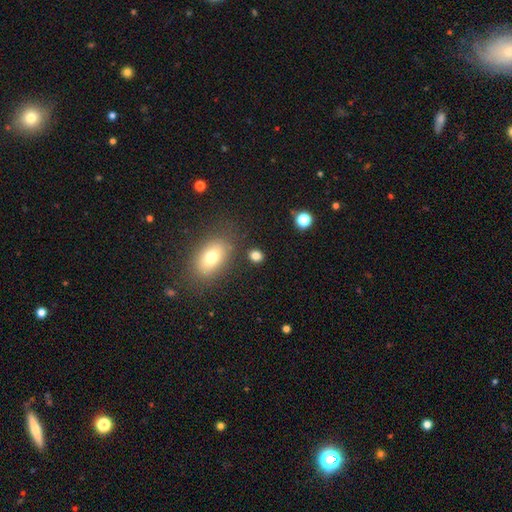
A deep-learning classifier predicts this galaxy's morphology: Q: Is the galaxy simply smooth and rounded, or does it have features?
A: smooth — 82%.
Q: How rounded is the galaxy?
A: round — 55%.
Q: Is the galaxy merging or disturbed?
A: none — 82%.